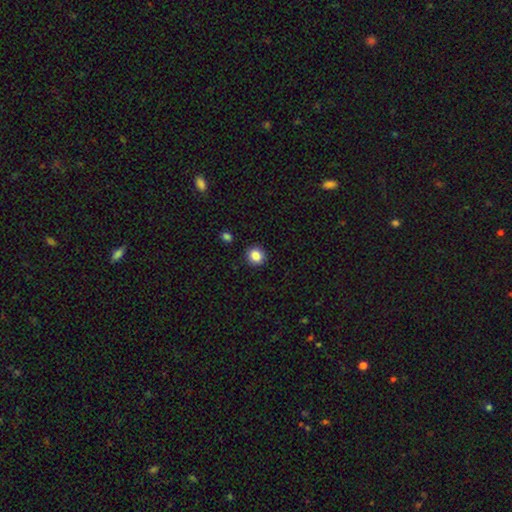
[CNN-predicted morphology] Smooth or featured?
  - smooth: 86% *
  - star or artifact: 10%
  - featured or disk: 4%
How rounded?
  - round: 82% *
  - in between: 17%
  - cigar-shaped: 1%
Merging?
  - none: 90% *
  - minor disturbance: 6%
  - major disturbance: 2%
  - merger: 1%